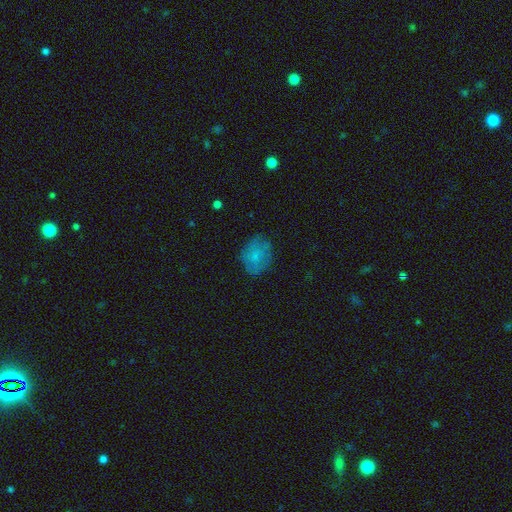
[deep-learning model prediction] Morphology: type=smooth (72%); roundness=in between (50%); merging=none (71%).